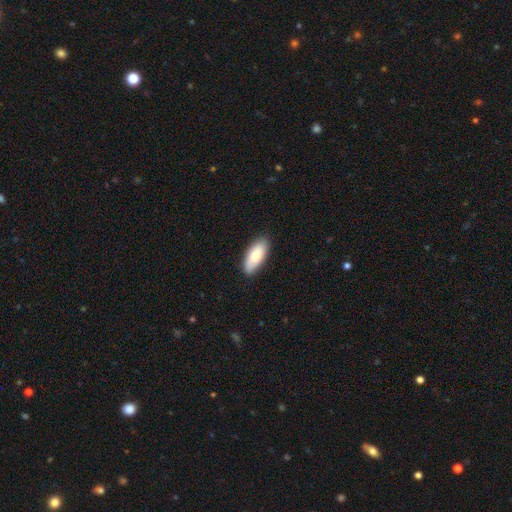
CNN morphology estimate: Smooth or featured? Predicted: smooth (p=0.77). How rounded? Predicted: in between (p=0.85). Merging? Predicted: none (p=0.87).